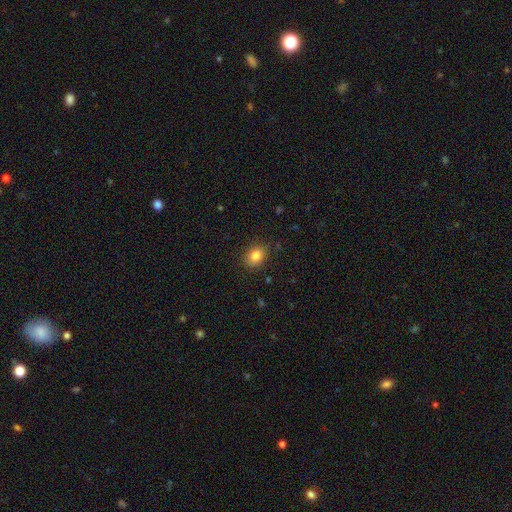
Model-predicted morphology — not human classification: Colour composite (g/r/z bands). It shows a smooth galaxy with no disk features (84%) that is in between round and cigar-shaped (68%). Merging: none (84%).